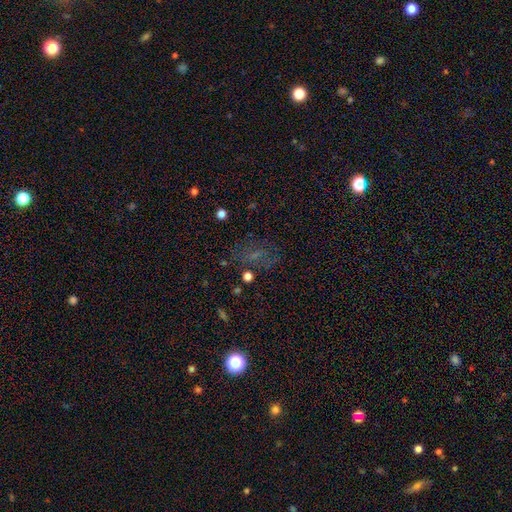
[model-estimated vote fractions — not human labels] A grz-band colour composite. It shows a star or artifact, not a galaxy (38%).